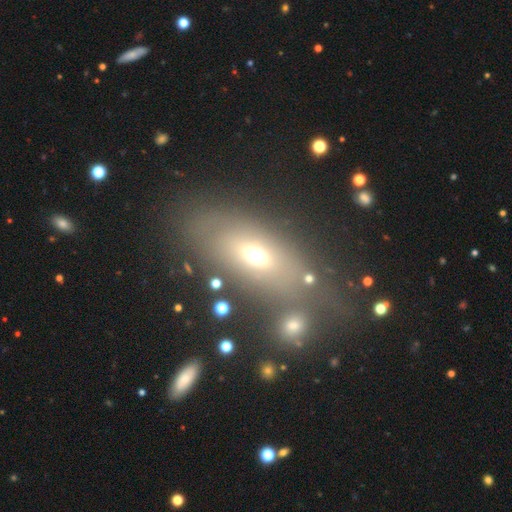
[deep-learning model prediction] Smooth or featured? smooth (59%)
How rounded? in between (77%)
Merging? none (61%)